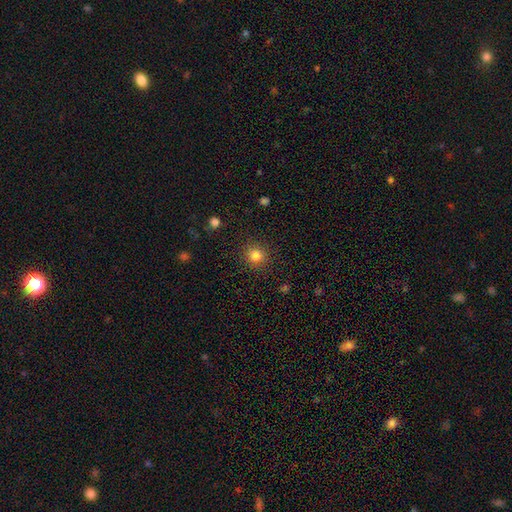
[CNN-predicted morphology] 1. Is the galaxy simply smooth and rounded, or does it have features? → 82% smooth, 12% star or artifact, 5% featured or disk.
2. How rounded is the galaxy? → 90% round, 9% in between, 1% cigar-shaped.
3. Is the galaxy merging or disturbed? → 90% none, 7% minor disturbance, 3% major disturbance, 1% merger.